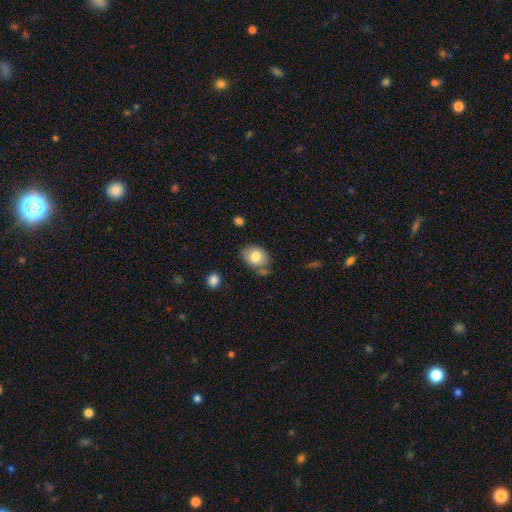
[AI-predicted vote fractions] Morphology: type=smooth (80%); roundness=in between (68%); merging=none (61%).